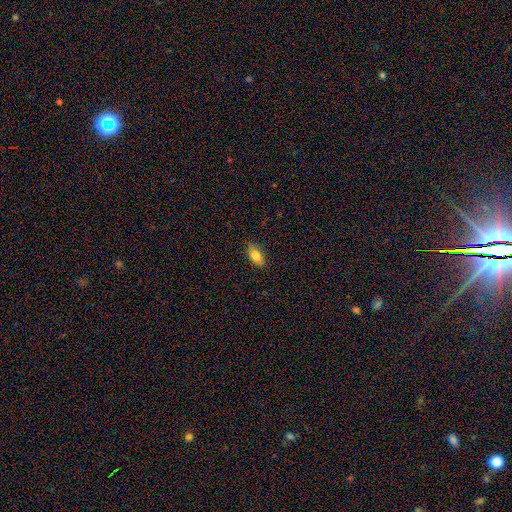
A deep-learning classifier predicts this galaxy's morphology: Smooth or featured? Predicted: smooth (p=0.80). How rounded? Predicted: in between (p=0.87). Merging? Predicted: none (p=0.84).